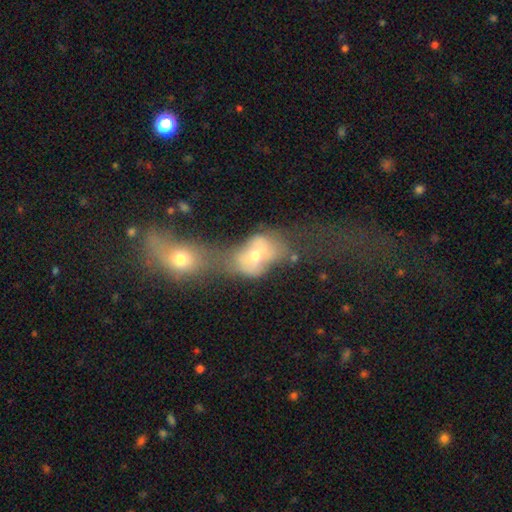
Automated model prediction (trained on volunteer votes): A smooth galaxy with no disk features (52%) that is in between round and cigar-shaped (65%).

Vote fractions:
- Smooth or featured? smooth: 52% / featured or disk: 36% / star or artifact: 12%
- How rounded? in between: 65% / round: 33% / cigar-shaped: 2%
- Merging? merger: 72% / none: 11% / major disturbance: 11% / minor disturbance: 6%